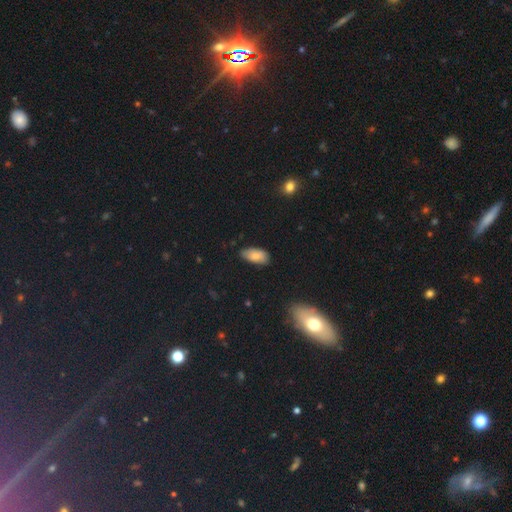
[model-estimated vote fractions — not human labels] Overall: smooth (81%). How rounded: in between (93%). Merging: none (72%).